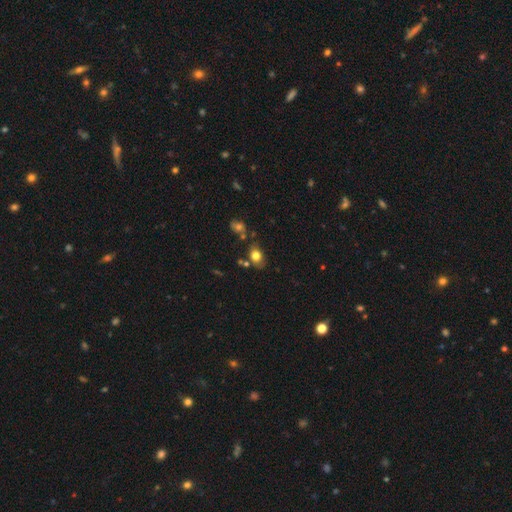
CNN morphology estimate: Smooth or featured? Predicted: smooth (p=0.77). How rounded? Predicted: in between (p=0.70). Merging? Predicted: none (p=0.63).